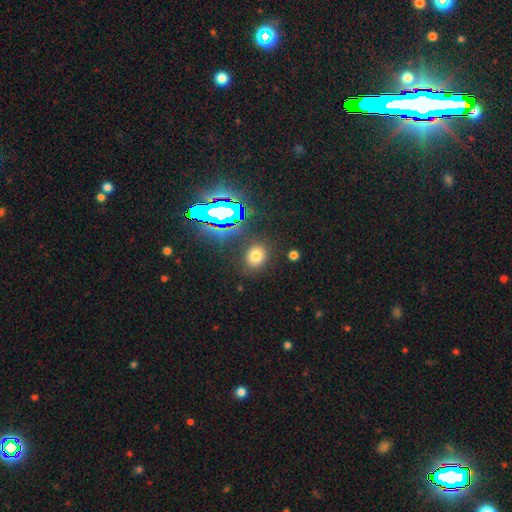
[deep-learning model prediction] This is likely a smooth galaxy (69%). How rounded: likely round (60%). Merging: clearly none (83%).